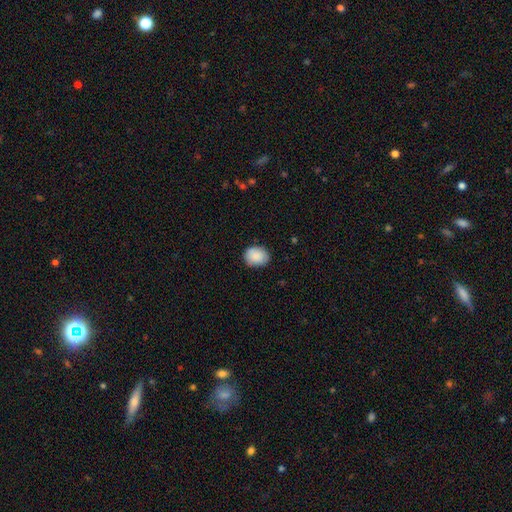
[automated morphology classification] The model was most divided on "how rounded": round: 52%, in between: 47%, cigar-shaped: 1%. More confident: smooth or featured — smooth (89%); merging — none (82%).